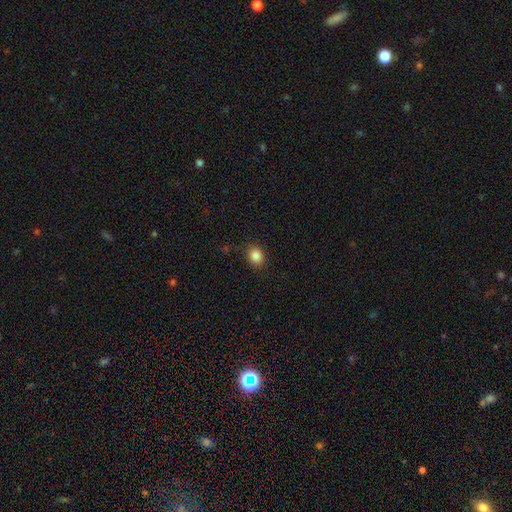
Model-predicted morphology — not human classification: A smooth galaxy with no disk features (85%) that is round (61%).

Vote fractions:
- Smooth or featured? smooth: 85% / star or artifact: 10% / featured or disk: 5%
- How rounded? round: 61% / in between: 38% / cigar-shaped: 1%
- Merging? none: 84% / minor disturbance: 11% / major disturbance: 3% / merger: 1%